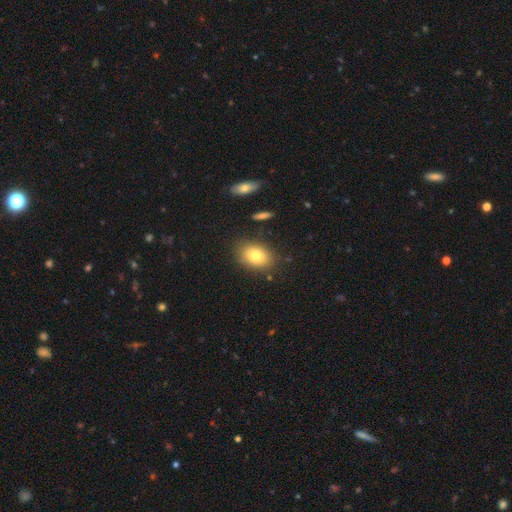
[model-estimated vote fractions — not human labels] Overall: smooth (79%). How rounded: in between (77%). Merging: none (83%).